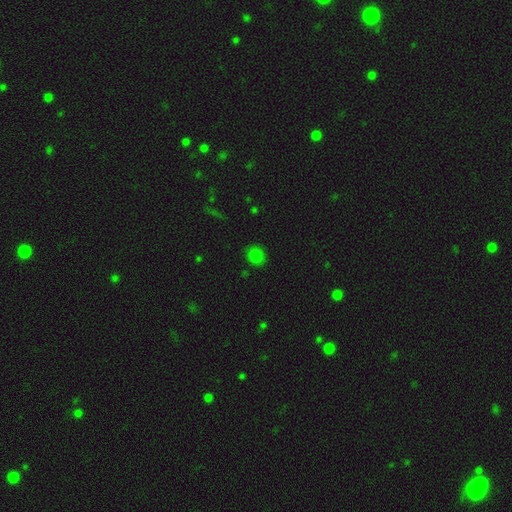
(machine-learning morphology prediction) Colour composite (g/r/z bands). It shows a smooth galaxy with no disk features (81%) that is round (82%). Merging: none (88%).